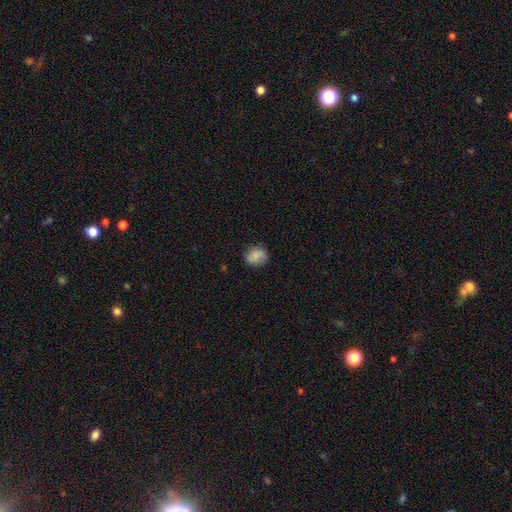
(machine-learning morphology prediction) Smooth or featured? Predicted: smooth (p=0.80). How rounded? Predicted: round (p=0.64). Merging? Predicted: none (p=0.77).